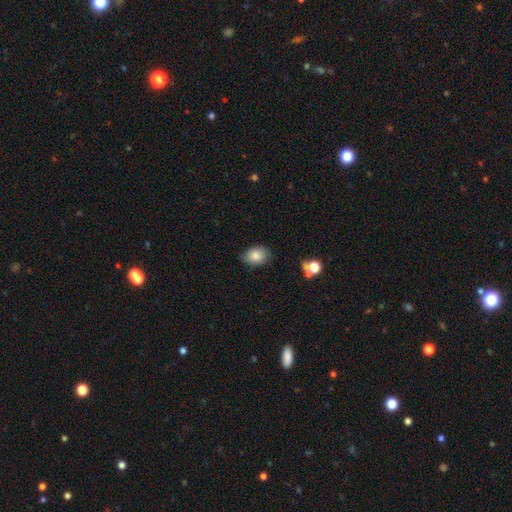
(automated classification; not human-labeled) Morphology: type=smooth (82%); roundness=in between (70%); merging=none (77%).